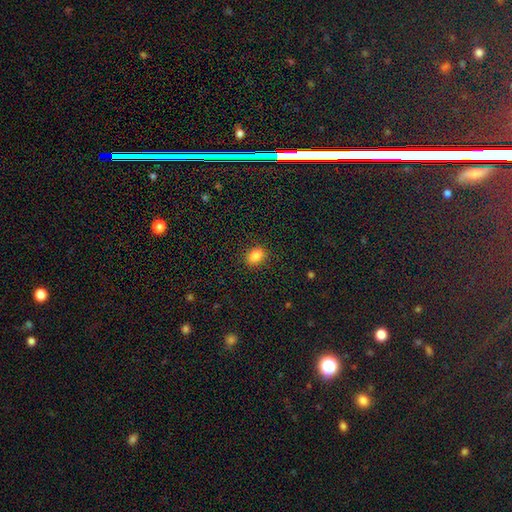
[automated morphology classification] Smooth or featured? Predicted: smooth (p=0.85). How rounded? Predicted: in between (p=0.74). Merging? Predicted: none (p=0.87).